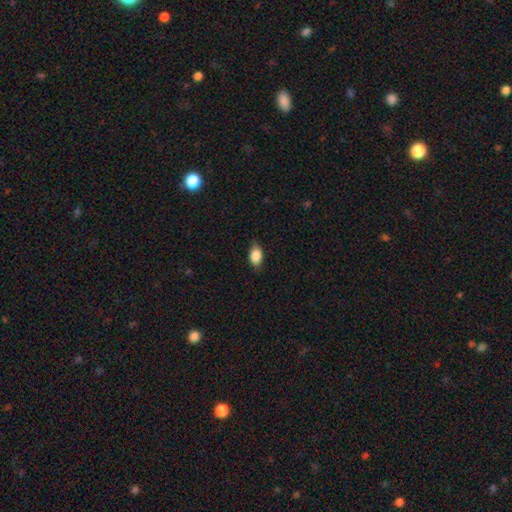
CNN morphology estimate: Smooth or featured?
  - smooth: 86% *
  - star or artifact: 8%
  - featured or disk: 6%
How rounded?
  - in between: 87% *
  - round: 10%
  - cigar-shaped: 3%
Merging?
  - none: 78% *
  - minor disturbance: 18%
  - major disturbance: 3%
  - merger: 1%